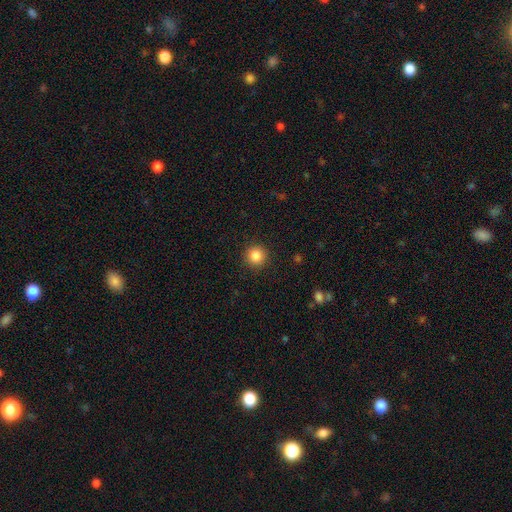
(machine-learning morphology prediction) smooth-or-featured: smooth: 85% | star or artifact: 10% | featured or disk: 4%
  how-rounded: round: 95% | in between: 4% | cigar-shaped: 1%
  merging: none: 92% | minor disturbance: 5% | major disturbance: 2% | merger: 1%